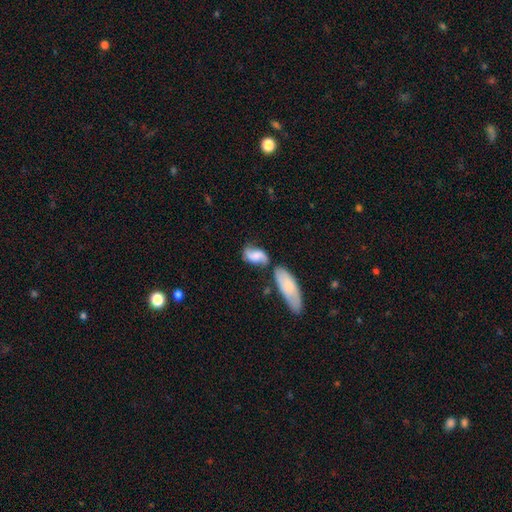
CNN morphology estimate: A featured or disk galaxy (49%). Merging: none (46%).